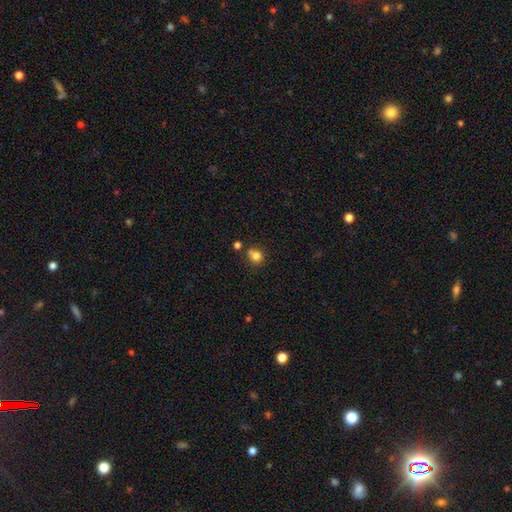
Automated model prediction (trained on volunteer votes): Smooth or featured: smooth — 80% (star or artifact — 12%)
How rounded: round — 69% (in between — 30%)
Merging: none — 55% (merger — 22%)